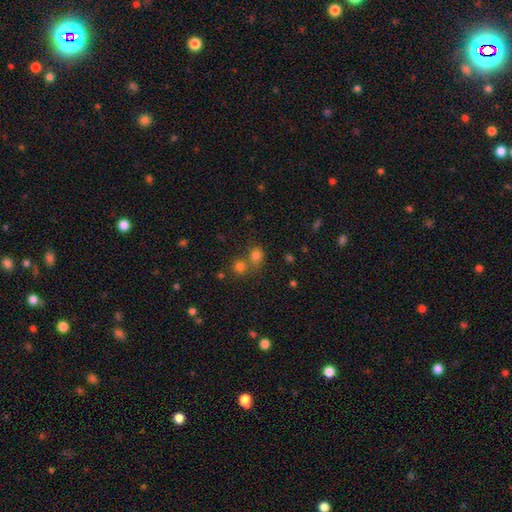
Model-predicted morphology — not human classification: Smooth or featured?
  - smooth: 75% *
  - star or artifact: 18%
  - featured or disk: 8%
How rounded?
  - round: 75% *
  - in between: 24%
  - cigar-shaped: 1%
Merging?
  - none: 50% *
  - merger: 39%
  - minor disturbance: 8%
  - major disturbance: 3%